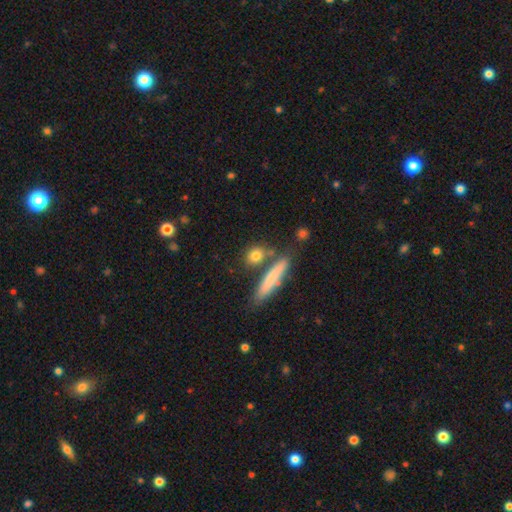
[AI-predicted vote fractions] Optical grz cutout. It shows a smooth galaxy with no disk features (78%) that is round (42%). Merging: none (72%).